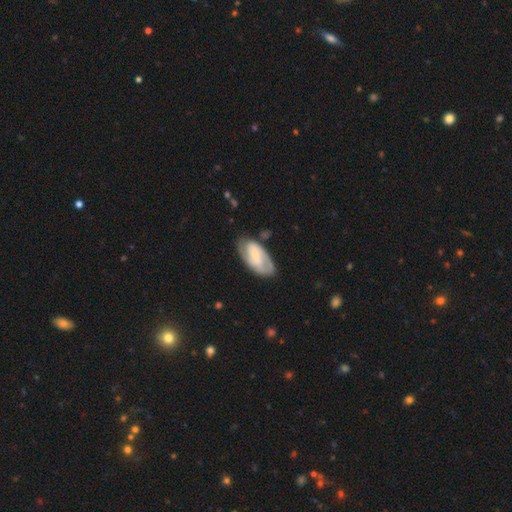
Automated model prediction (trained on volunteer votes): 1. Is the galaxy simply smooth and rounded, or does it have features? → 62% featured or disk, 33% smooth, 5% star or artifact.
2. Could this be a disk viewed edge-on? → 95% no, 5% yes.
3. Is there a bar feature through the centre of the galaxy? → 46% no, 38% weak, 16% strong.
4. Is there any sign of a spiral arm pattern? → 81% yes, 19% no.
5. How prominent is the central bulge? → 66% small, 25% moderate, 5% none, 2% large, 1% dominant.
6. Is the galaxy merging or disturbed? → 67% none, 23% minor disturbance, 8% major disturbance, 3% merger.